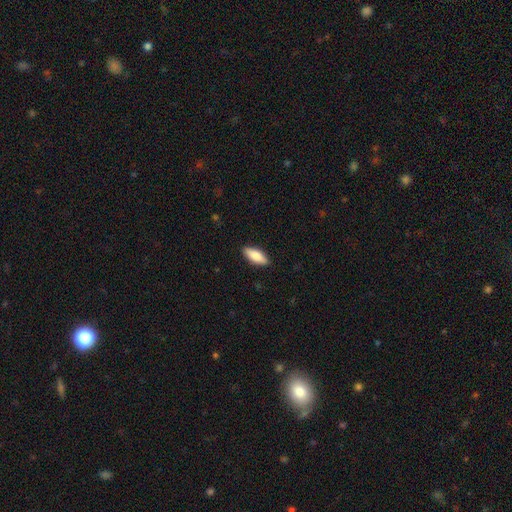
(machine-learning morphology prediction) smooth-or-featured: smooth: 79% | featured or disk: 15% | star or artifact: 6%
  how-rounded: in between: 72% | cigar-shaped: 26% | round: 2%
  merging: none: 89% | minor disturbance: 8% | major disturbance: 2% | merger: 1%